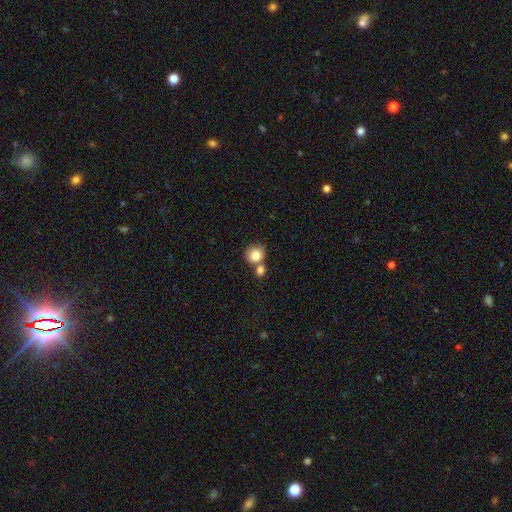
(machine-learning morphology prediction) Smooth or featured?
  - smooth: 82% *
  - star or artifact: 9%
  - featured or disk: 9%
How rounded?
  - round: 86% *
  - in between: 13%
  - cigar-shaped: 1%
Merging?
  - none: 53% *
  - merger: 36%
  - minor disturbance: 8%
  - major disturbance: 3%